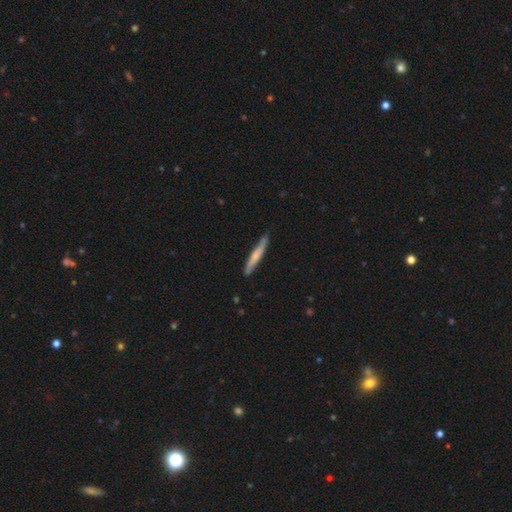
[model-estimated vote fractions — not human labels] Overall: smooth (55%; featured or disk 40%). How rounded: cigar-shaped (95%). Merging: none (81%).